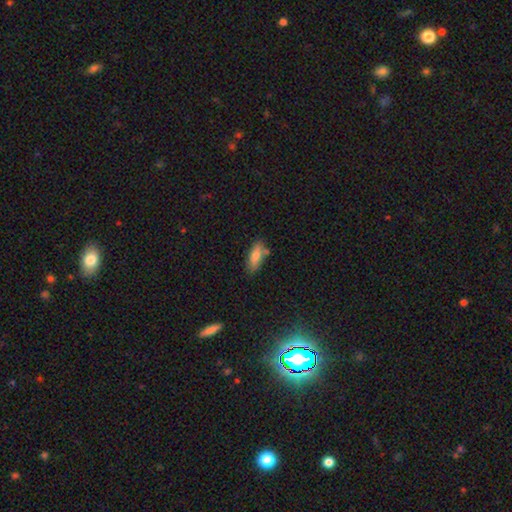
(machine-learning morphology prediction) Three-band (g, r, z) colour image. It shows a smooth galaxy with no disk features (74%) that is in between round and cigar-shaped (69%). Merging: none (72%).